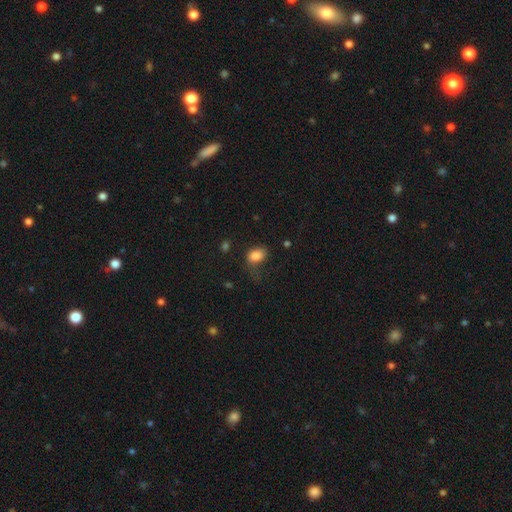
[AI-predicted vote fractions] Smooth or featured: smooth — 84% (star or artifact — 10%)
How rounded: in between — 74% (round — 24%)
Merging: none — 51% (minor disturbance — 27%)